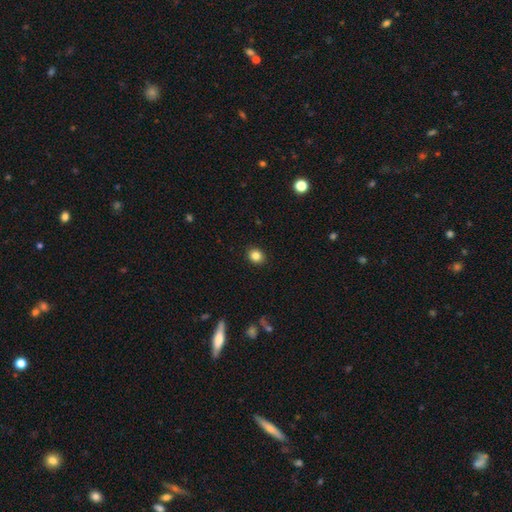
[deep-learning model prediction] This appears to be a smooth galaxy with no disk features (84%) that is round (63%). Merging: none (91%).